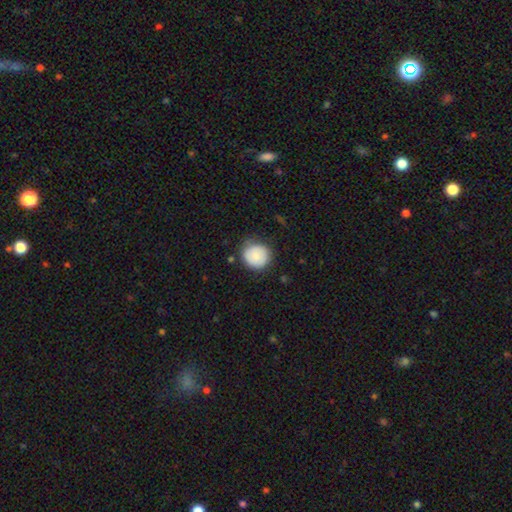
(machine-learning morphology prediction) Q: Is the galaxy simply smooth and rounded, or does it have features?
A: smooth — 81%.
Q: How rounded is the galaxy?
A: round — 89%.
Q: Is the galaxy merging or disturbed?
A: none — 75%.